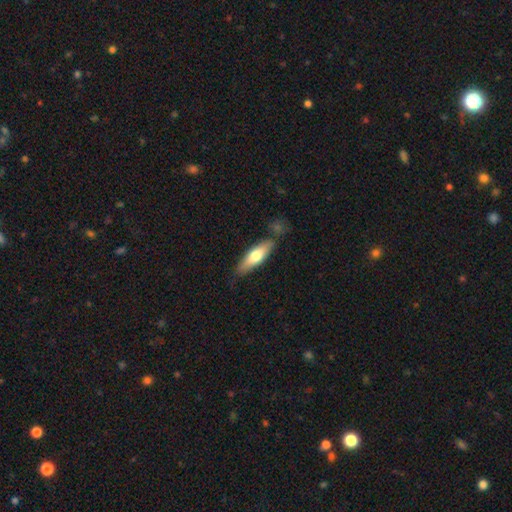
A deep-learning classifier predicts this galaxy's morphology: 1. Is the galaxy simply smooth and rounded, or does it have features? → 62% smooth, 32% featured or disk, 5% star or artifact.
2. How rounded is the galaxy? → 53% cigar-shaped, 45% in between, 2% round.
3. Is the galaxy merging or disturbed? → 75% none, 16% minor disturbance, 5% merger, 3% major disturbance.